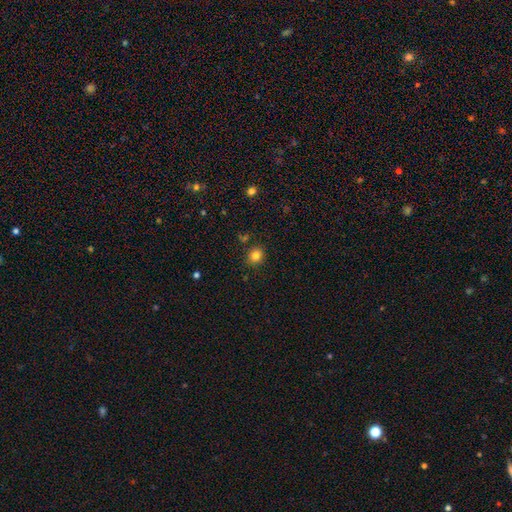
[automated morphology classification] type=smooth (82%); roundness=round (78%); merging=none (86%).